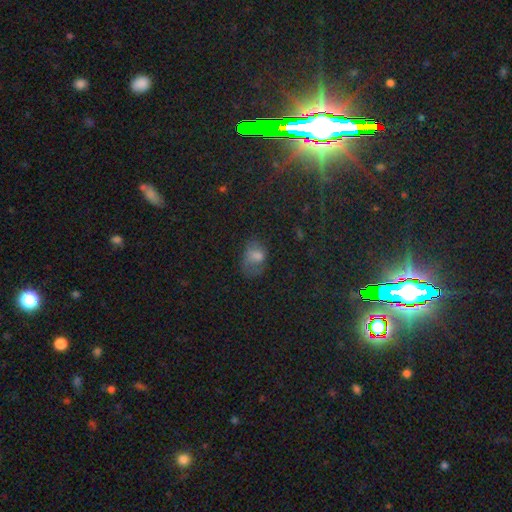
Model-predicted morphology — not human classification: smooth-or-featured: smooth: 59% | star or artifact: 24% | featured or disk: 17%
  how-rounded: in between: 71% | round: 27% | cigar-shaped: 2%
  merging: none: 52% | minor disturbance: 27% | major disturbance: 17% | merger: 4%